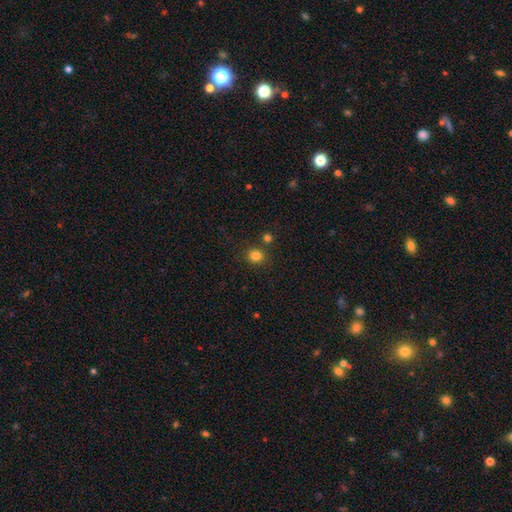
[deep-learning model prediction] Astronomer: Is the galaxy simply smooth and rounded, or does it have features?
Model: smooth — 82%.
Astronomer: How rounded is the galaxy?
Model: round — 84%.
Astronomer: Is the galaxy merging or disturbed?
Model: none — 80%.